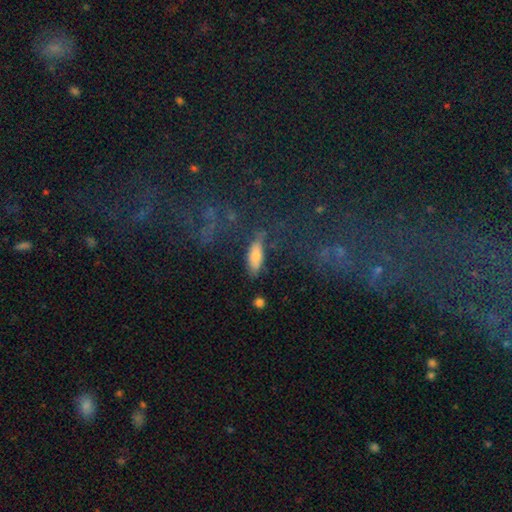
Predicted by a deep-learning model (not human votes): Smooth or featured: smooth — 73% (featured or disk — 17%)
How rounded: in between — 65% (cigar-shaped — 31%)
Merging: none — 68% (minor disturbance — 19%)